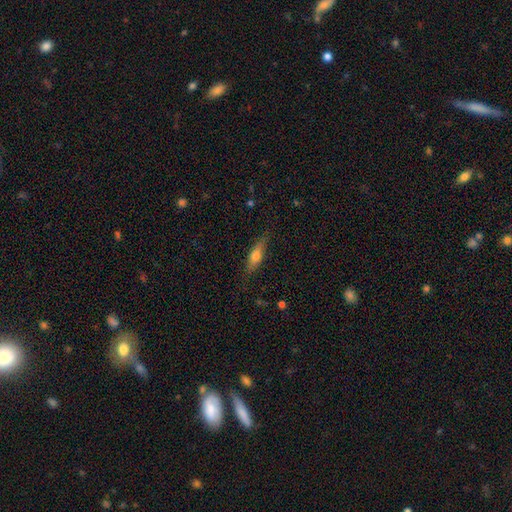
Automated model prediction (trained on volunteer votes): A smooth galaxy with no disk features (59%) that is cigar-shaped (57%). Merging: none (81%).